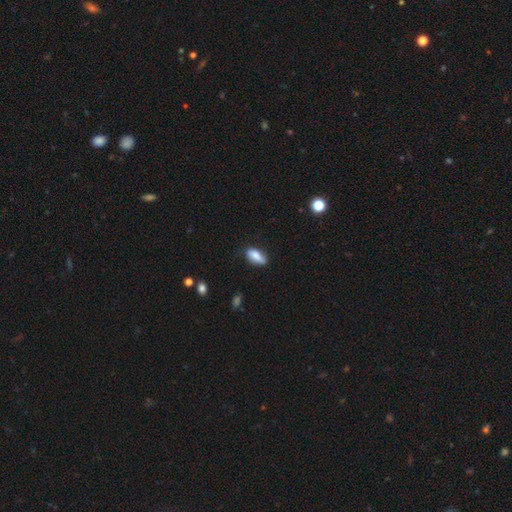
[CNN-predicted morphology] Smooth or featured? smooth (81%)
How rounded? in between (85%)
Merging? none (72%)